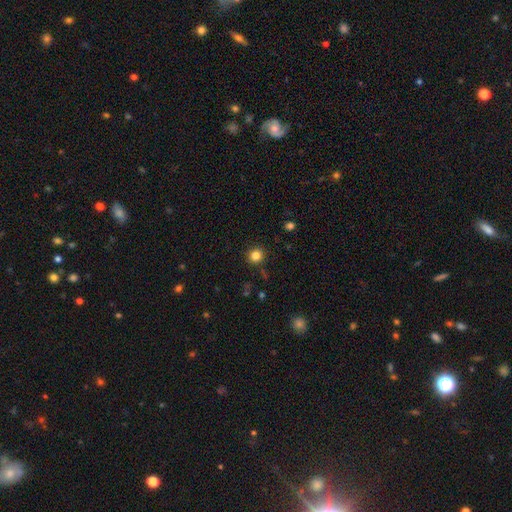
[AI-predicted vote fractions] The model was most divided on "smooth or featured": smooth: 83%, star or artifact: 12%, featured or disk: 5%. More confident: how rounded — round (91%); merging — none (89%).